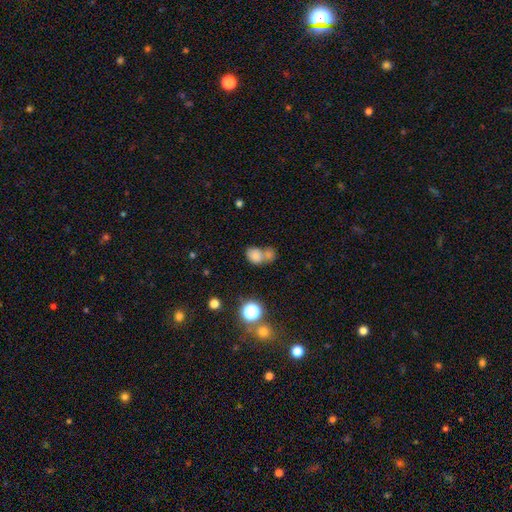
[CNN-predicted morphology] smooth 76%, star or artifact 14%, featured or disk 10%. Down the decision tree: how rounded — round (50%); merging — merger (56%).